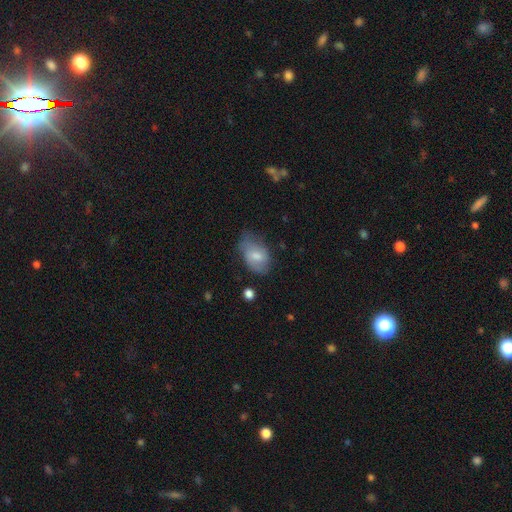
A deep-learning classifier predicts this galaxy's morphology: Q: Smooth or featured?
A: smooth (64%); runner-up: featured or disk (28%)
Q: How rounded?
A: in between (87%); runner-up: round (12%)
Q: Merging?
A: none (47%); runner-up: minor disturbance (36%)